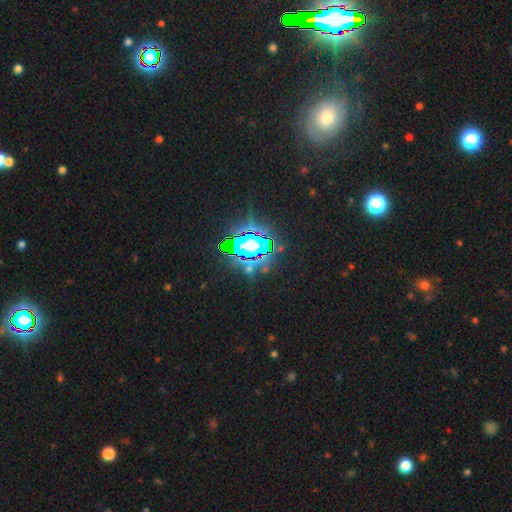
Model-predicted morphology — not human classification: A star or artifact, not a galaxy (81%).